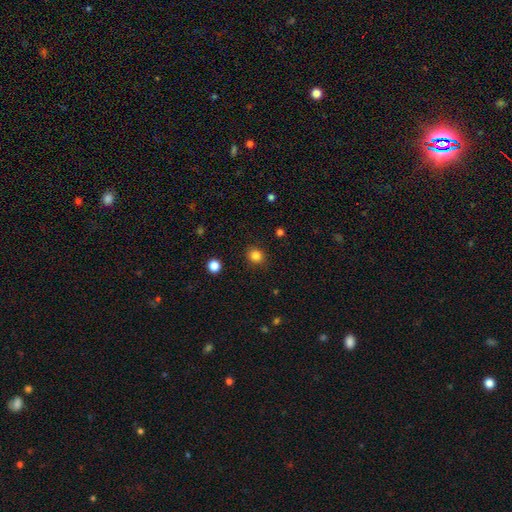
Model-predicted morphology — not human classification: smooth 84%, star or artifact 12%, featured or disk 4%. Down the decision tree: how rounded — round (80%); merging — none (89%).